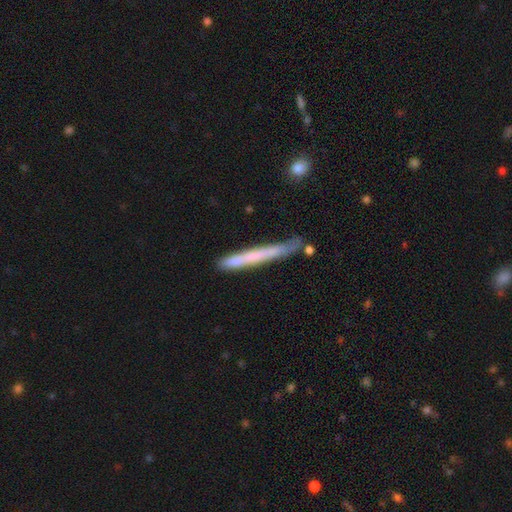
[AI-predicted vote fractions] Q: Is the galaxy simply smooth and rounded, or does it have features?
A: smooth — 56%.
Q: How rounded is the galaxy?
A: cigar-shaped — 97%.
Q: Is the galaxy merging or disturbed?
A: none — 62%.